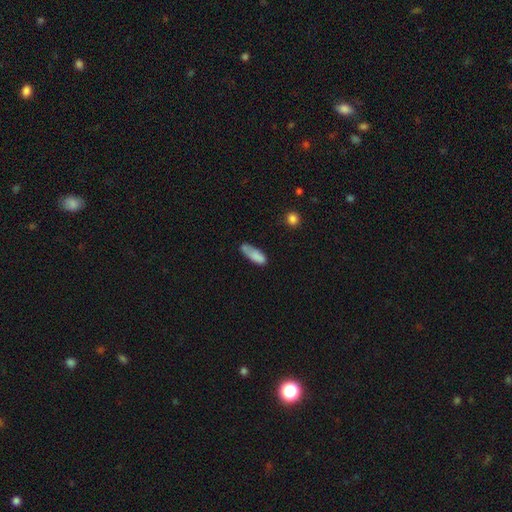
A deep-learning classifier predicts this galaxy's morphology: This is clearly a smooth galaxy (80%). How rounded: possibly in between (59%). Merging: possibly none (45%).